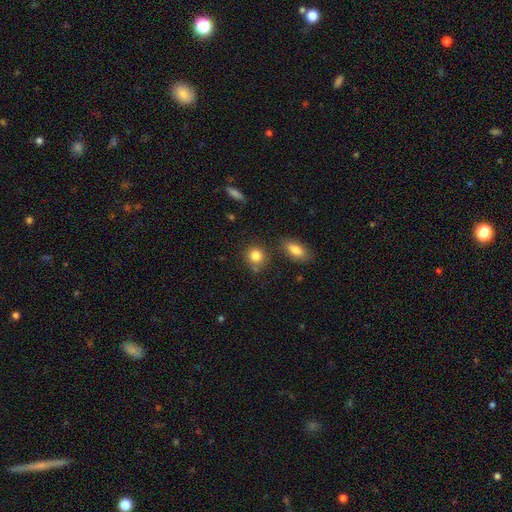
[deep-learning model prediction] Smooth or featured? smooth (84%)
How rounded? round (80%)
Merging? none (73%)